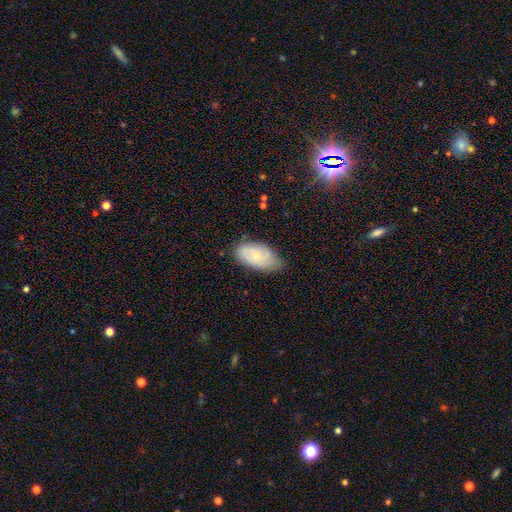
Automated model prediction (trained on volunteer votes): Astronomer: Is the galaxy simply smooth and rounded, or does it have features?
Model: smooth — 61%.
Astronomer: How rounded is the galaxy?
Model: in between — 93%.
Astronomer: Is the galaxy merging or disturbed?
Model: none — 66%.